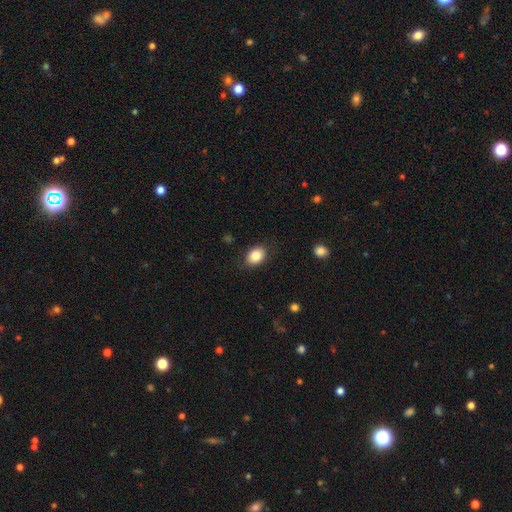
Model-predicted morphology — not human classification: Overall: smooth (85%). How rounded: in between (72%). Merging: none (83%).